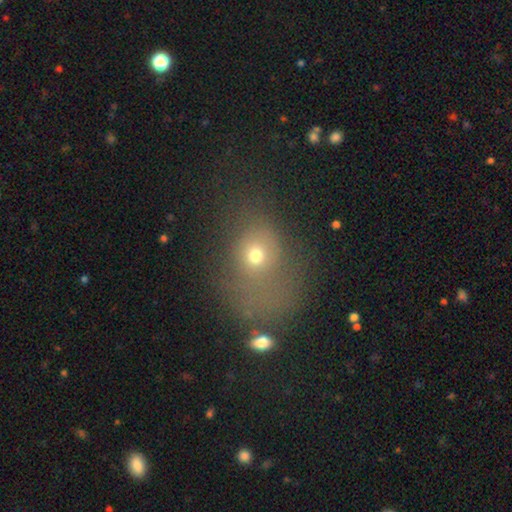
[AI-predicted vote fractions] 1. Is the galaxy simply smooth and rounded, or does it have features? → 61% smooth, 21% star or artifact, 18% featured or disk.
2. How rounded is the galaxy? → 49% round (tied), 49% in between (tied), 1% cigar-shaped.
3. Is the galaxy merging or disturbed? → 42% none, 29% major disturbance, 21% minor disturbance, 9% merger.